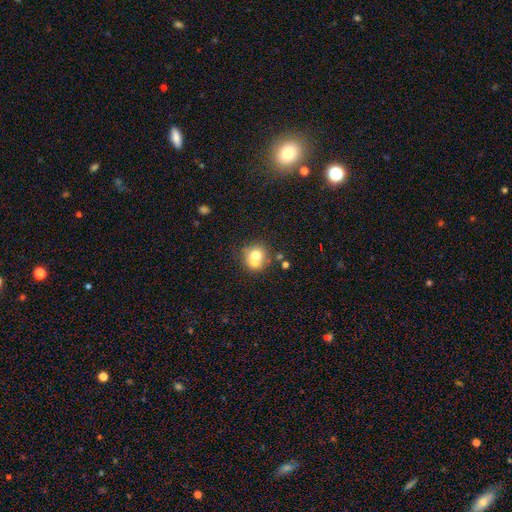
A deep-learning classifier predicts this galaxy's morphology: Smooth or featured?
  - smooth: 68% *
  - featured or disk: 20%
  - star or artifact: 11%
How rounded?
  - round: 85% *
  - in between: 14%
  - cigar-shaped: 1%
Merging?
  - none: 47% *
  - merger: 40%
  - minor disturbance: 10%
  - major disturbance: 4%